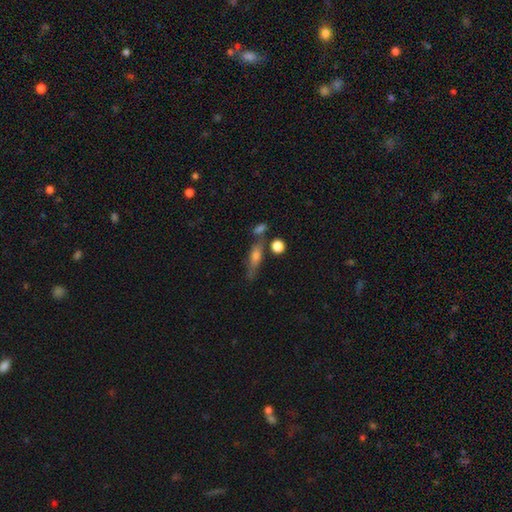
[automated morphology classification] Smooth or featured?
  - featured or disk: 43% *
  - smooth: 42%
  - star or artifact: 15%
Merging?
  - none: 63% *
  - minor disturbance: 16%
  - merger: 14%
  - major disturbance: 7%